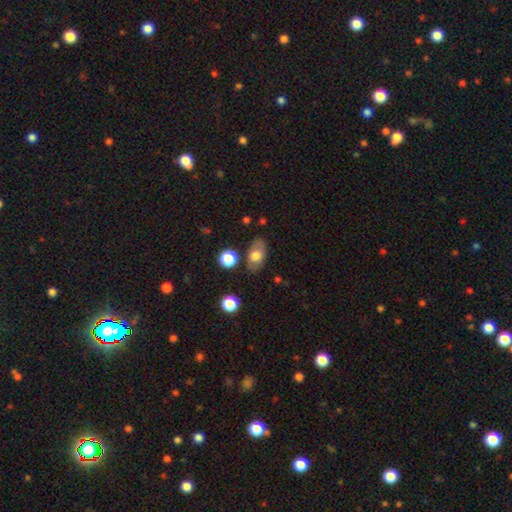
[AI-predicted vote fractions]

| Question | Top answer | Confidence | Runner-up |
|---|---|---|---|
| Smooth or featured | smooth | 70% | featured or disk (22%) |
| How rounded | in between | 85% | round (11%) |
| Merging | none | 76% | minor disturbance (15%) |